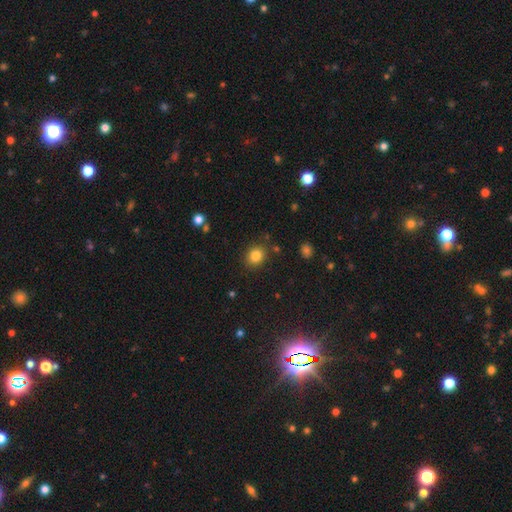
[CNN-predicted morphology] smooth_or_featured: smooth (p=0.83) [alt: star or artifact p=0.11]
how_rounded: round (p=0.71) [alt: in between p=0.28]
merging: none (p=0.85) [alt: minor disturbance p=0.09]